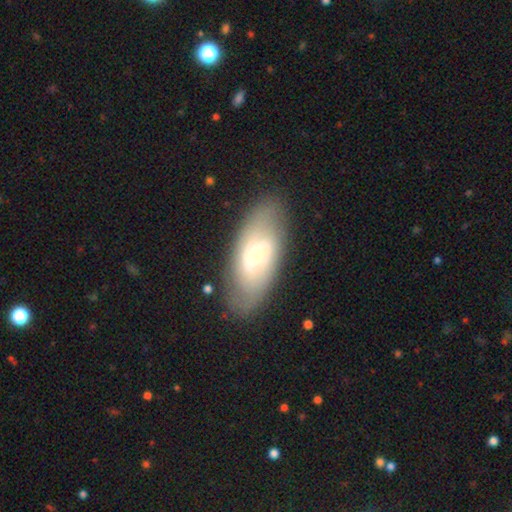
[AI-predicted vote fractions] Smooth or featured? featured or disk (60%)
Edge-on disk? no (88%)
Bar? weak (46%)
Spiral arms? yes (62%)
Bulge size? small (60%)
Merging? none (78%)